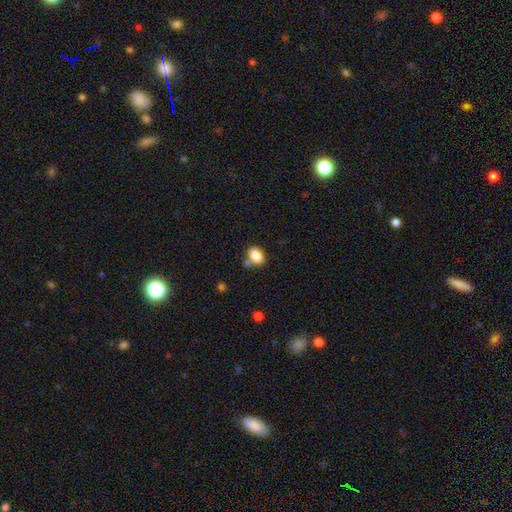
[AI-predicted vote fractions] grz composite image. It shows a smooth galaxy with no disk features (85%) that is in between round and cigar-shaped (65%). Merging: none (64%).